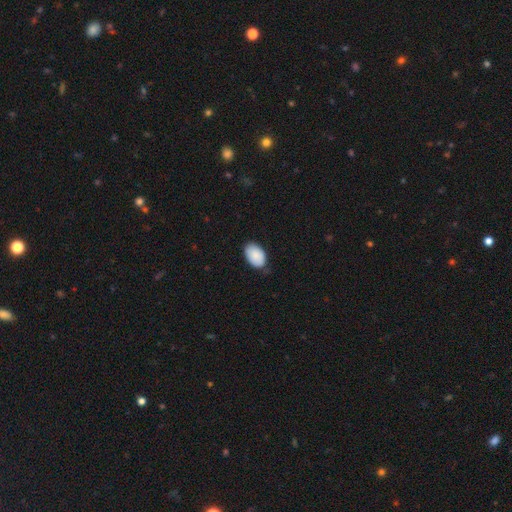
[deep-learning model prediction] smooth 88%, star or artifact 6%, featured or disk 6%. Down the decision tree: how rounded — in between (91%); merging — none (74%).